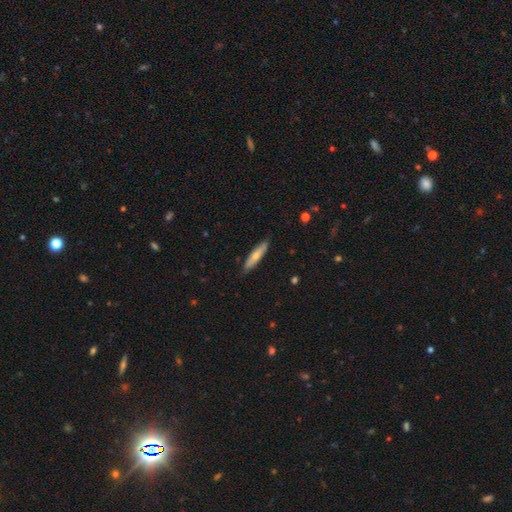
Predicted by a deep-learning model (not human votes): This appears to be a smooth galaxy with no disk features (59%) that is cigar-shaped (81%). Merging: none (85%).